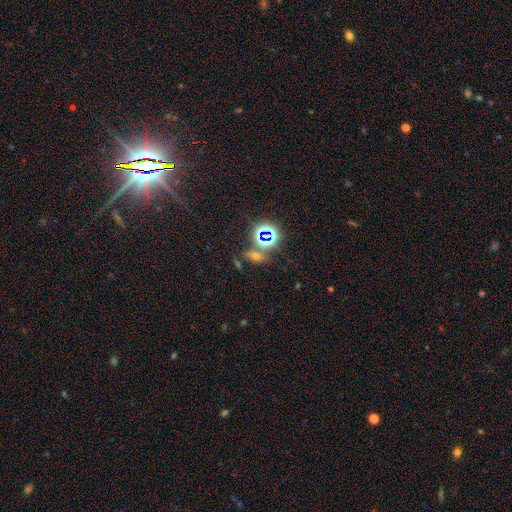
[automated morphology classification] star or artifact 82%, smooth 9%, featured or disk 9%.